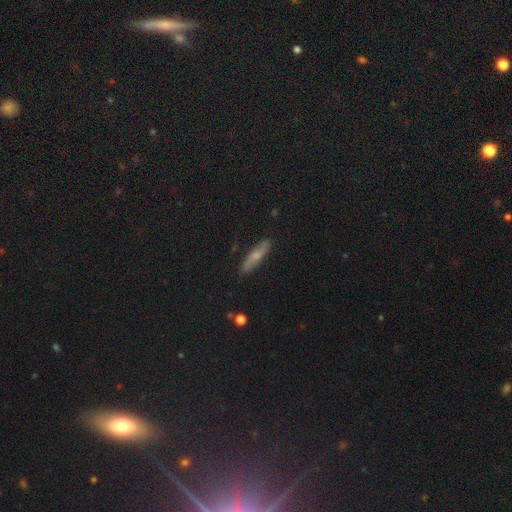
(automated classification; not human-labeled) A smooth galaxy with no disk features (55%) that is cigar-shaped (79%).

Vote fractions:
- Smooth or featured? smooth: 55% / featured or disk: 38% / star or artifact: 7%
- How rounded? cigar-shaped: 79% / in between: 18% / round: 2%
- Merging? none: 86% / minor disturbance: 10% / major disturbance: 2% / merger: 1%